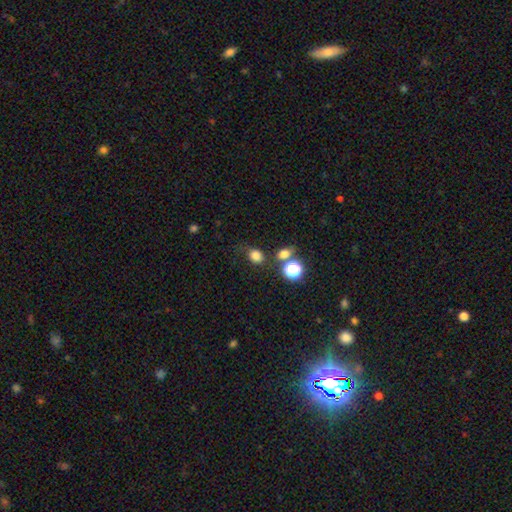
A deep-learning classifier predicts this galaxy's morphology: Smooth or featured?
  - smooth: 79% *
  - star or artifact: 14%
  - featured or disk: 7%
How rounded?
  - in between: 51% *
  - round: 48%
  - cigar-shaped: 1%
Merging?
  - none: 61% *
  - minor disturbance: 19%
  - merger: 11%
  - major disturbance: 9%